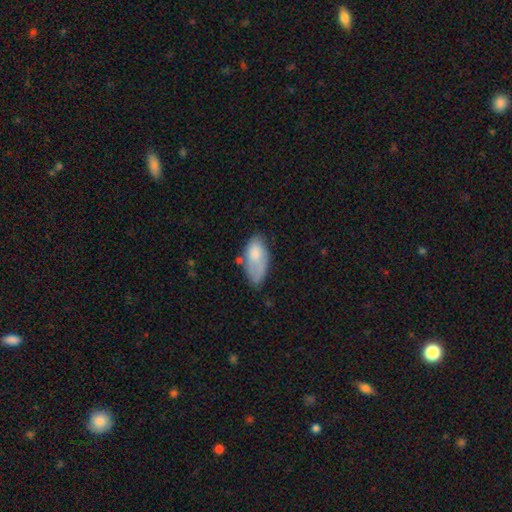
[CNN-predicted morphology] smooth-or-featured: smooth: 76% | featured or disk: 17% | star or artifact: 7%
  how-rounded: in between: 91% | cigar-shaped: 6% | round: 3%
  merging: none: 44% | minor disturbance: 35% | major disturbance: 15% | merger: 7%